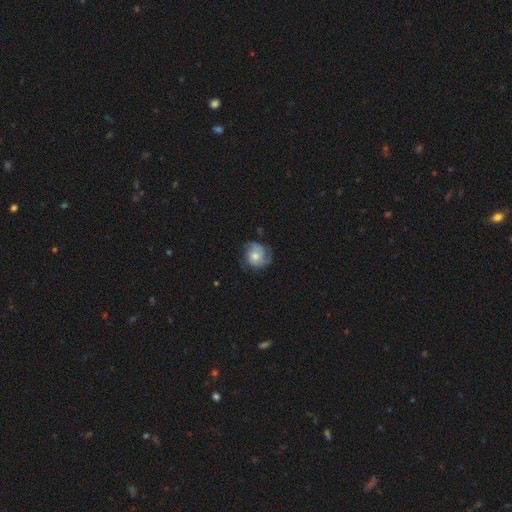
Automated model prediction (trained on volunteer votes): Q: Smooth or featured?
A: featured or disk (67%); runner-up: smooth (26%)
Q: Edge-on disk?
A: no (98%); runner-up: yes (2%)
Q: Bar?
A: no (75%); runner-up: weak (22%)
Q: Spiral arms?
A: yes (92%); runner-up: no (8%)
Q: Spiral winding?
A: tight (43%); runner-up: medium (42%)
Q: Spiral arm count?
A: 2 (34%); runner-up: 3 (33%)
Q: Bulge size?
A: moderate (57%); runner-up: small (29%)
Q: Merging?
A: none (67%); runner-up: minor disturbance (21%)